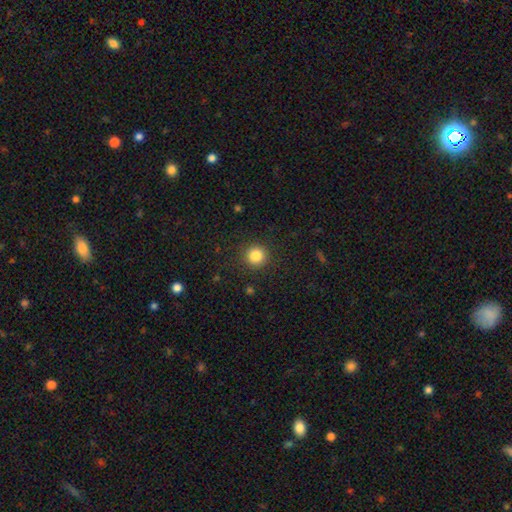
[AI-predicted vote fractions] A smooth galaxy with no disk features (84%) that is round (94%).

Vote fractions:
- Smooth or featured? smooth: 84% / star or artifact: 11% / featured or disk: 5%
- How rounded? round: 94% / in between: 5% / cigar-shaped: 1%
- Merging? none: 91% / minor disturbance: 6% / major disturbance: 2% / merger: 1%